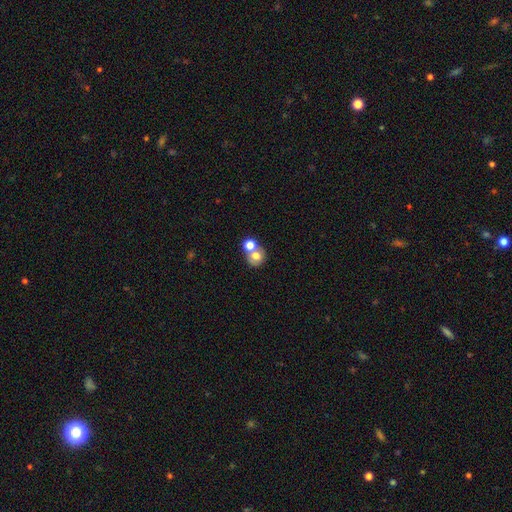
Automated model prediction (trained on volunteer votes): Smooth or featured: smooth — 69% (featured or disk — 20%)
How rounded: round — 76% (in between — 23%)
Merging: merger — 52% (none — 36%)